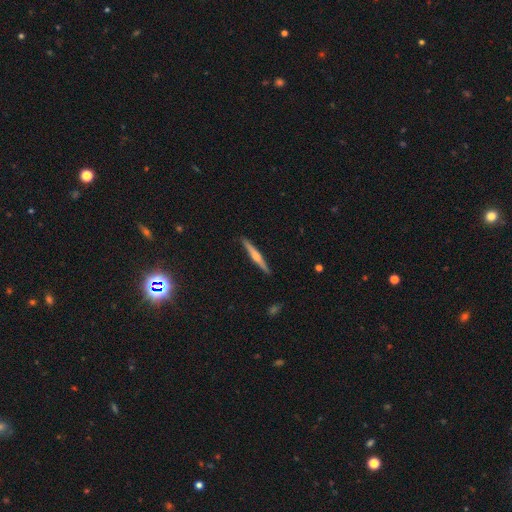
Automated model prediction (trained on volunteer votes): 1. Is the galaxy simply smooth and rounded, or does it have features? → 59% featured or disk, 36% smooth, 5% star or artifact.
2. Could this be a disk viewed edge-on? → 98% yes, 2% no.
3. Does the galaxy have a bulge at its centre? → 74% rounded, 16% none, 11% boxy.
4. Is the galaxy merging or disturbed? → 91% none, 6% minor disturbance, 1% major disturbance, 1% merger.